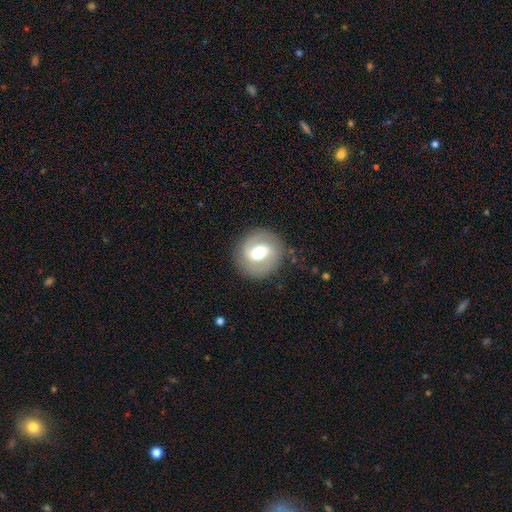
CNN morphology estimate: type=featured or disk (67%); edge-on=no (97%); bar=weak (48%); spiral arms=yes (79%); winding=medium (44%); arm count=2 (85%); bulge=moderate (66%); merging=none (85%).